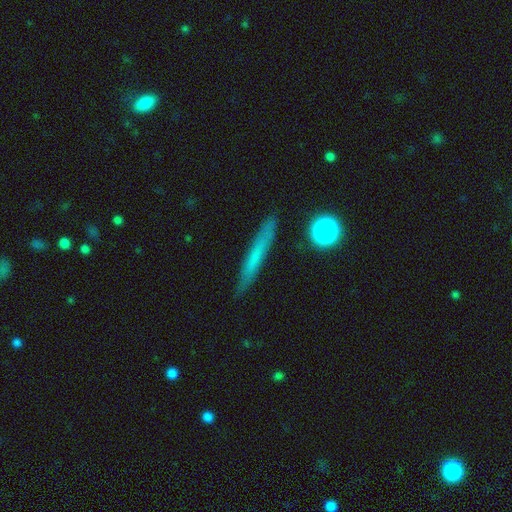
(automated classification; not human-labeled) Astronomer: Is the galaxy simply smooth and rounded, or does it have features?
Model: smooth — 57% (runner-up: featured or disk, 33%).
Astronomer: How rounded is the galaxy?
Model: cigar-shaped — 92%.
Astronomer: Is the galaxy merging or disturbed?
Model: none — 87%.